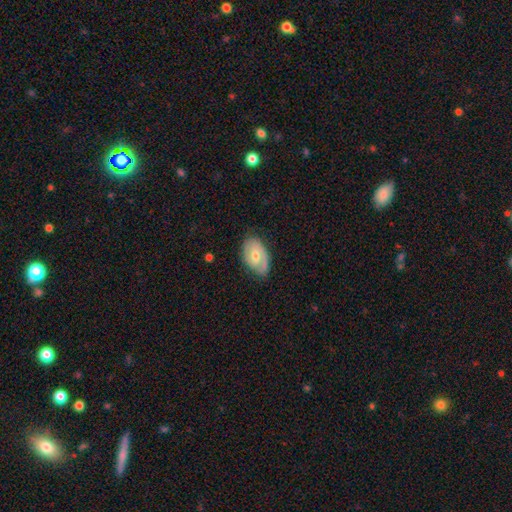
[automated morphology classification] The model was most divided on "bar": no: 52%, weak: 40%, strong: 9%. More confident: edge-on disk — no (95%); spiral arms — yes (85%); merging — none (73%); smooth or featured — featured or disk (67%); bulge size — moderate (65%); spiral arm count — 2 (62%); spiral winding — tight (50%).